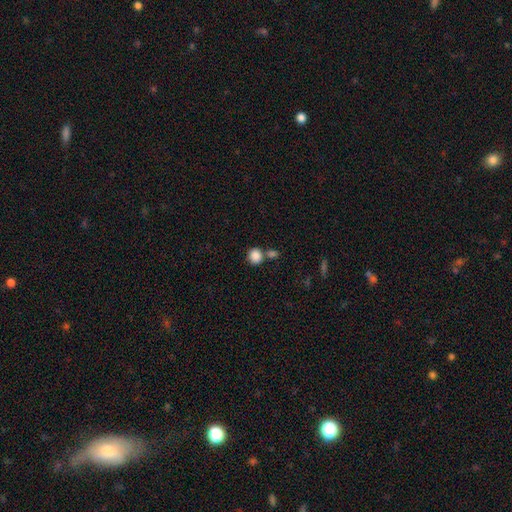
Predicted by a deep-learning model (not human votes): Morphology: type=smooth (87%); roundness=round (83%); merging=none (56%).